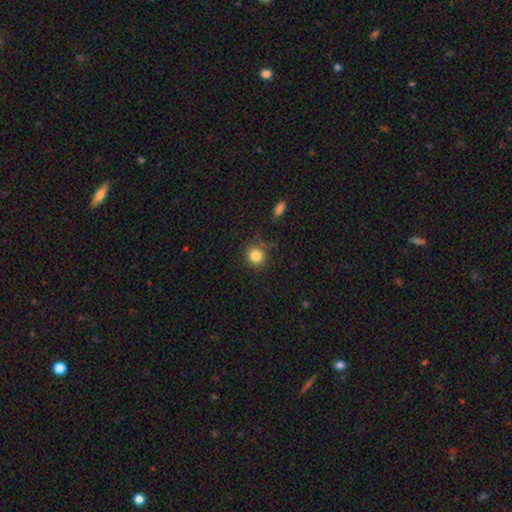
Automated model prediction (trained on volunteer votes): A smooth galaxy with no disk features (83%) that is round (90%). Merging: none (81%).